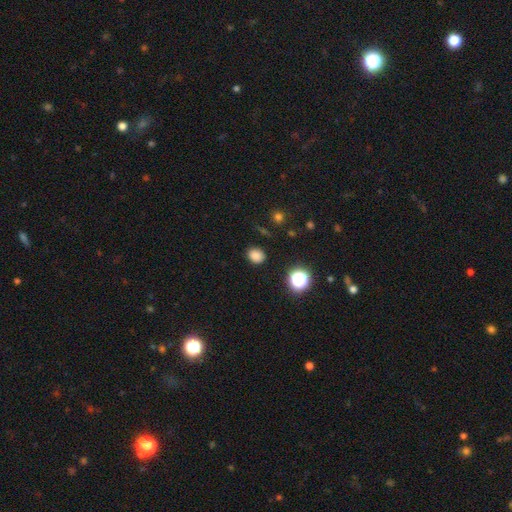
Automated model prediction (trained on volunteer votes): A smooth galaxy with no disk features (81%) that is round (55%).

Vote fractions:
- Smooth or featured? smooth: 81% / star or artifact: 15% / featured or disk: 4%
- How rounded? round: 55% / in between: 44% / cigar-shaped: 1%
- Merging? none: 86% / minor disturbance: 10% / major disturbance: 3% / merger: 1%